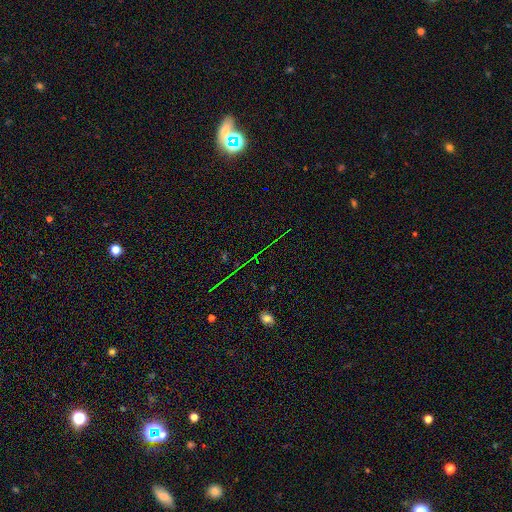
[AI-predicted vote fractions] star or artifact 76%, smooth 13%, featured or disk 11%.